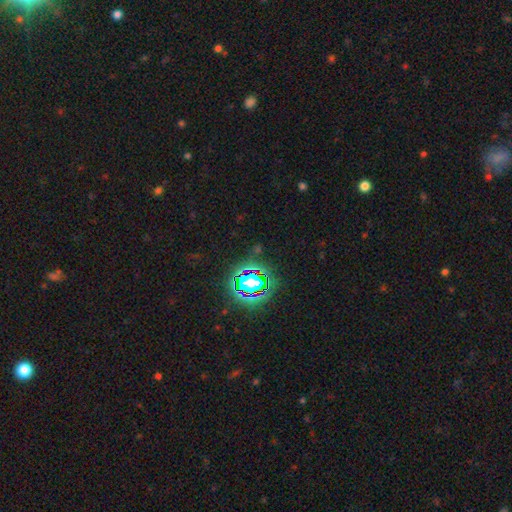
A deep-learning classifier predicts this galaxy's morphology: Smooth or featured: star or artifact — 77% (smooth — 15%)